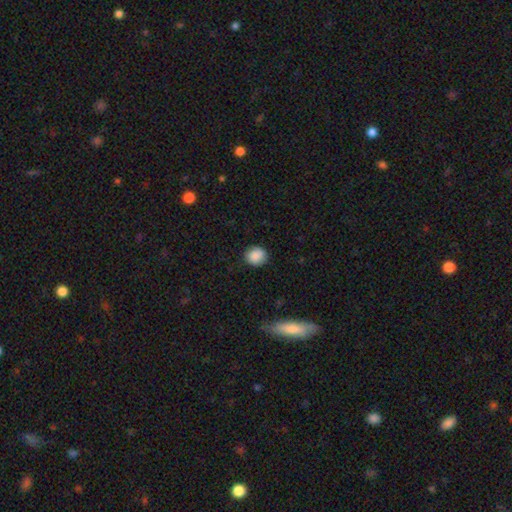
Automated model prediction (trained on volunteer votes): A smooth galaxy with no disk features (88%) that is round (79%).

Vote fractions:
- Smooth or featured? smooth: 88% / star or artifact: 8% / featured or disk: 4%
- How rounded? round: 79% / in between: 20% / cigar-shaped: 1%
- Merging? none: 85% / minor disturbance: 11% / major disturbance: 3% / merger: 1%